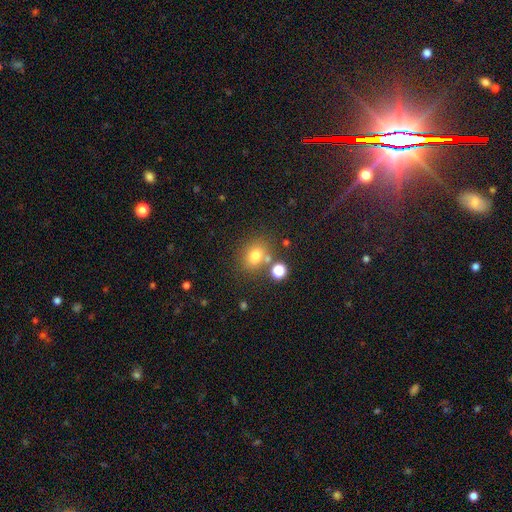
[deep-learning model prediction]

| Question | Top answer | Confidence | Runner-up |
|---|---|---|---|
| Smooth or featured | smooth | 75% | star or artifact (15%) |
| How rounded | round | 55% | in between (44%) |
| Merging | none | 69% | merger (15%) |